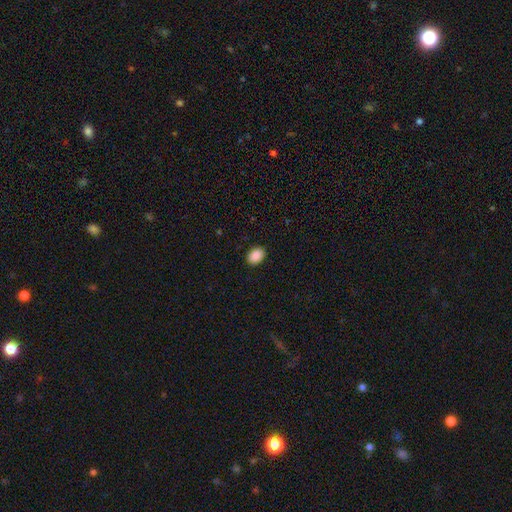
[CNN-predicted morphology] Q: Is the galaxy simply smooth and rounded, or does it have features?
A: smooth — 90%.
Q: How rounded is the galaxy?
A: in between — 77%.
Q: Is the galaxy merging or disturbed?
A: none — 90%.